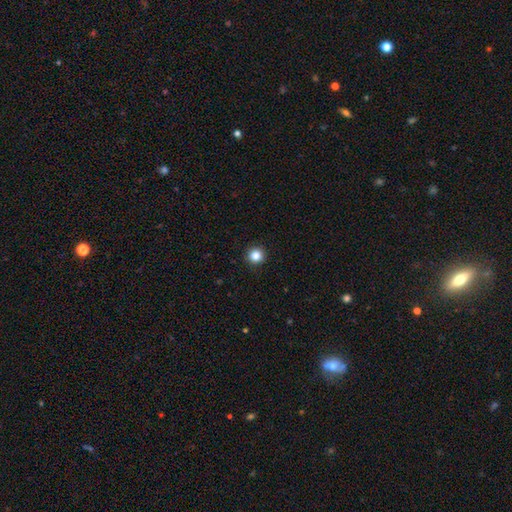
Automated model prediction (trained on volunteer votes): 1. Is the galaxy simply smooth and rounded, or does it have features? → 84% smooth, 12% star or artifact, 4% featured or disk.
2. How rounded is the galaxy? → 95% round, 4% in between, 1% cigar-shaped.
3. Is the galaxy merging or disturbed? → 93% none, 4% minor disturbance, 2% major disturbance, 1% merger.